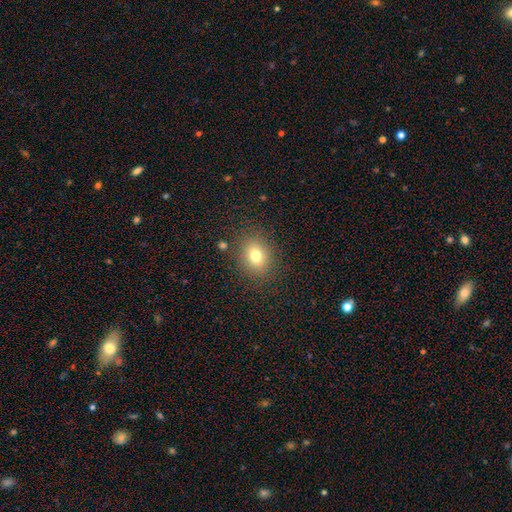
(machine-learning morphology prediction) This is likely a smooth galaxy (75%). How rounded: possibly round (50%). Merging: clearly none (85%).